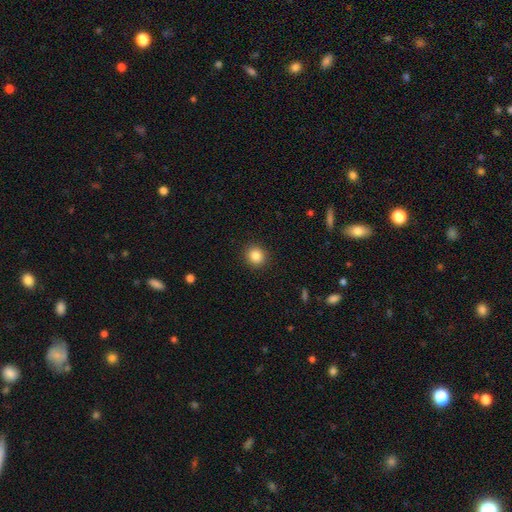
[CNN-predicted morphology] A smooth galaxy with no disk features (85%) that is round (86%). Merging: none (91%).